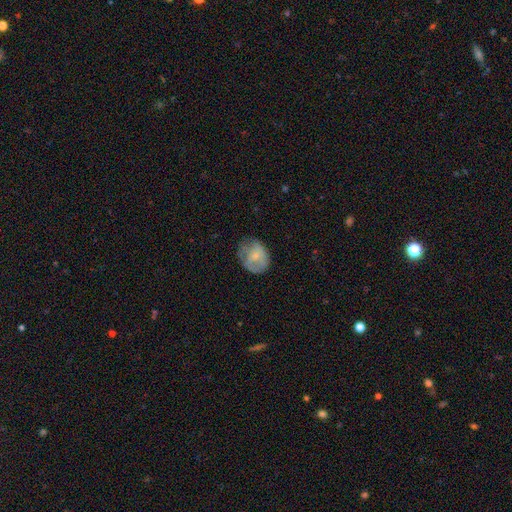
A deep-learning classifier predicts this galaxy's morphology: A smooth galaxy with no disk features (62%) that is round (55%). Merging: none (55%).